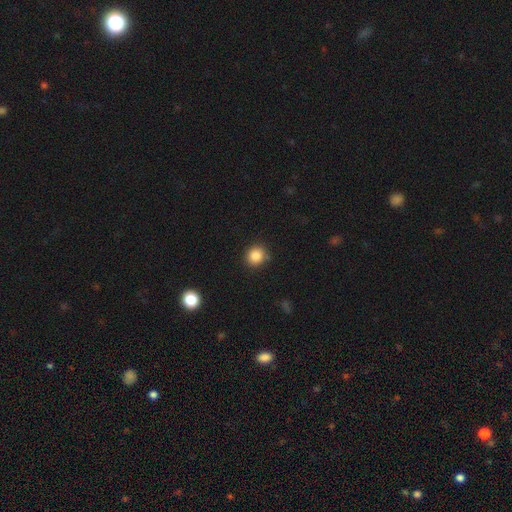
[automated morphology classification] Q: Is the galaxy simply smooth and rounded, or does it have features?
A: smooth — 86%.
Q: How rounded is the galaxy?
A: round — 89%.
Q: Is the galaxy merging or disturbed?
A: none — 87%.